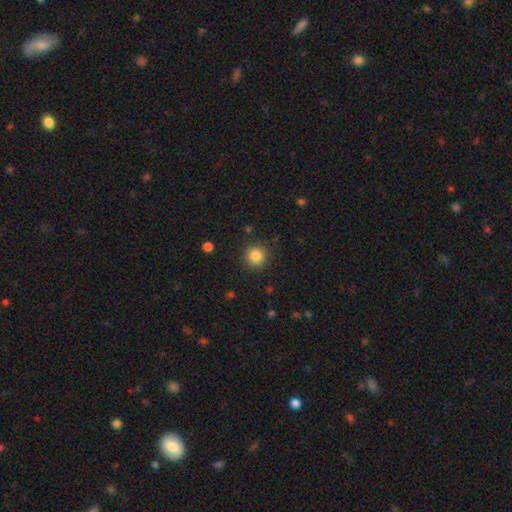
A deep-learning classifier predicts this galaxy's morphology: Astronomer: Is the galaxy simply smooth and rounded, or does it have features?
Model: smooth — 85%.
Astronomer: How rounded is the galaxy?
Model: round — 94%.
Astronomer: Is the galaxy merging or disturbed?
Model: none — 90%.